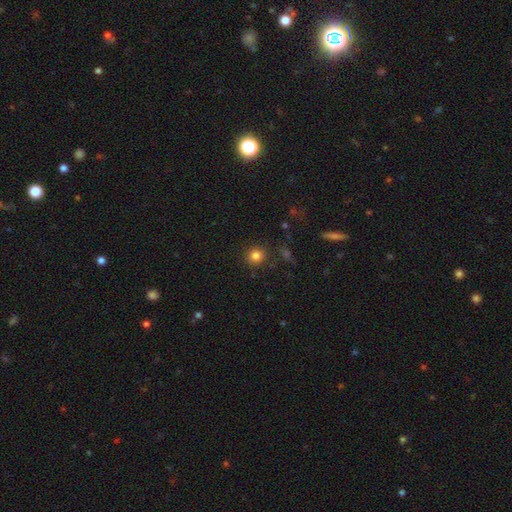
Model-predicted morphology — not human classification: The model was most divided on "smooth or featured": smooth: 82%, star or artifact: 13%, featured or disk: 6%. More confident: how rounded — round (89%); merging — none (88%).